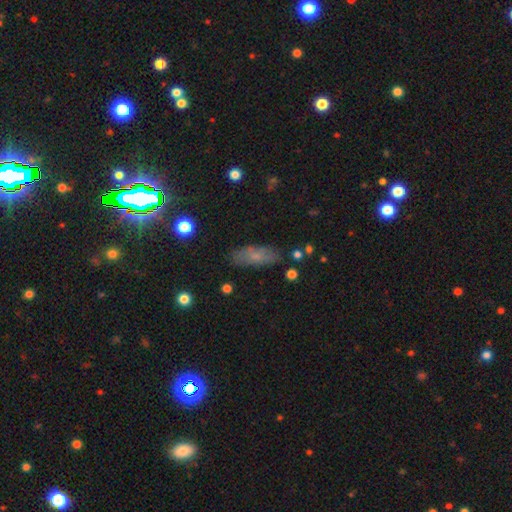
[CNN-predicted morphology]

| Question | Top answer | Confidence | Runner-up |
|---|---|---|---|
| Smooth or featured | smooth | 69% | featured or disk (20%) |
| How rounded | in between | 71% | cigar-shaped (25%) |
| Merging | none | 78% | minor disturbance (15%) |